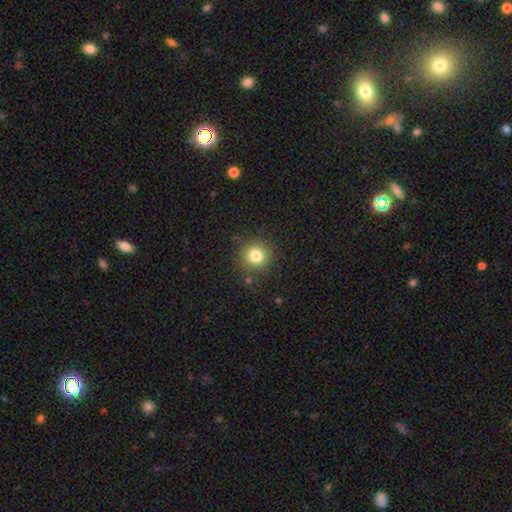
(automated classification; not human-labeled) Smooth or featured: smooth — 80% (star or artifact — 13%)
How rounded: round — 92% (in between — 7%)
Merging: none — 86% (minor disturbance — 9%)